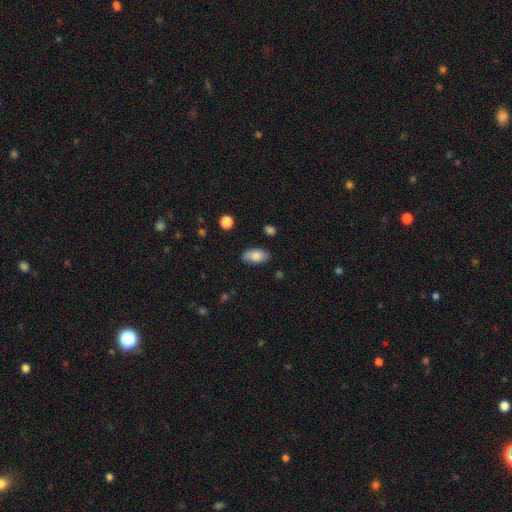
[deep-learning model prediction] Smooth or featured? smooth (82%)
How rounded? in between (92%)
Merging? none (82%)